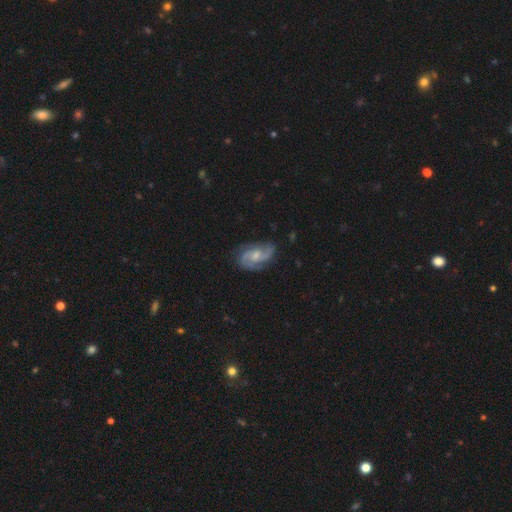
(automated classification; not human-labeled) The model was most divided on "bulge size": moderate: 47%, small: 40%, none: 8%, large: 3%, dominant: 1%. More confident: edge-on disk — no (97%); spiral arms — yes (97%); smooth or featured — featured or disk (86%); merging — none (72%); spiral arm count — 2 (66%); spiral winding — medium (53%); bar — no (51%).